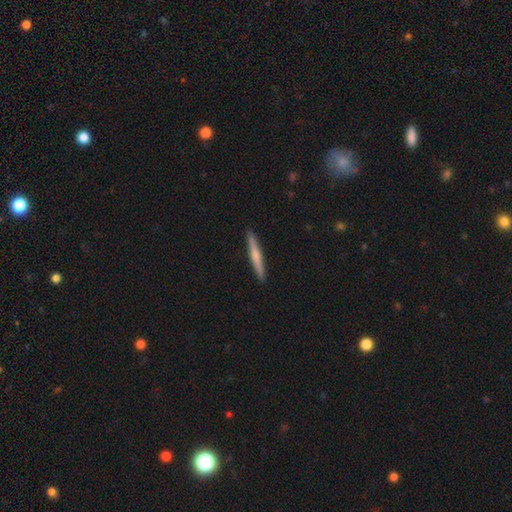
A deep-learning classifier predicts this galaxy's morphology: A smooth galaxy with no disk features (52%) that is cigar-shaped (95%).

Vote fractions:
- Smooth or featured? smooth: 52% / featured or disk: 43% / star or artifact: 5%
- How rounded? cigar-shaped: 95% / in between: 3% / round: 1%
- Merging? none: 92% / minor disturbance: 6% / major disturbance: 1% / merger: 1%